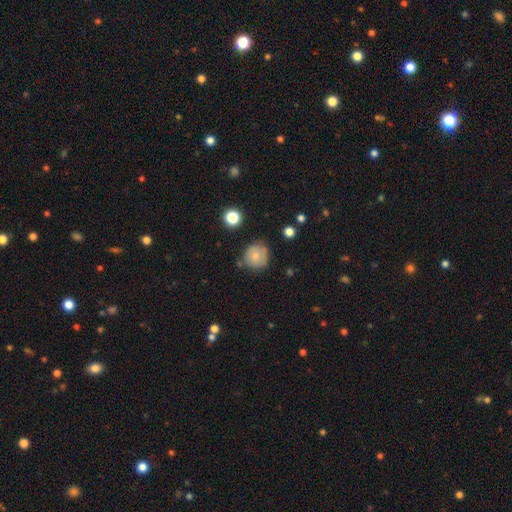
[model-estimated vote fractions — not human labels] Smooth or featured: smooth — 73% (featured or disk — 17%)
How rounded: round — 89% (in between — 10%)
Merging: none — 67% (minor disturbance — 23%)